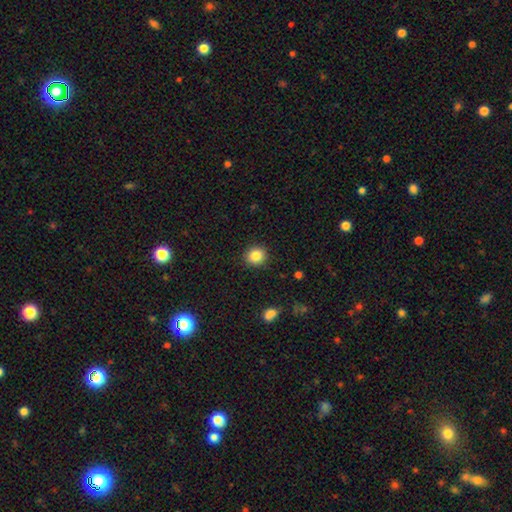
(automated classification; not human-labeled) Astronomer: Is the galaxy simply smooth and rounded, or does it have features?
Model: smooth — 85%.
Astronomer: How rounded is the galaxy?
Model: round — 84%.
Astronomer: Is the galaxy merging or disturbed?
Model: none — 90%.